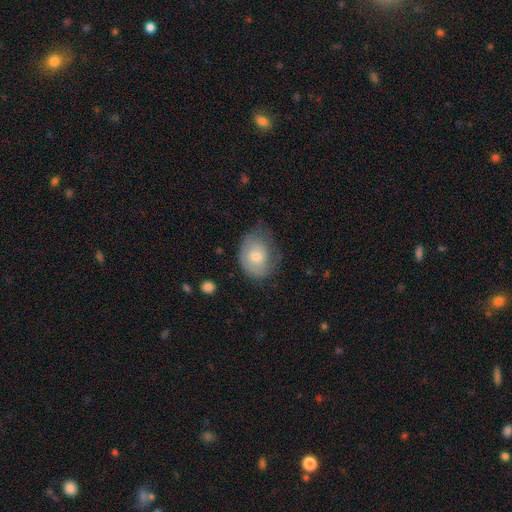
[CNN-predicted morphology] smooth_or_featured: smooth (p=0.59) [alt: featured or disk p=0.34]
how_rounded: in between (p=0.61) [alt: round p=0.38]
merging: none (p=0.48) [alt: minor disturbance p=0.34]